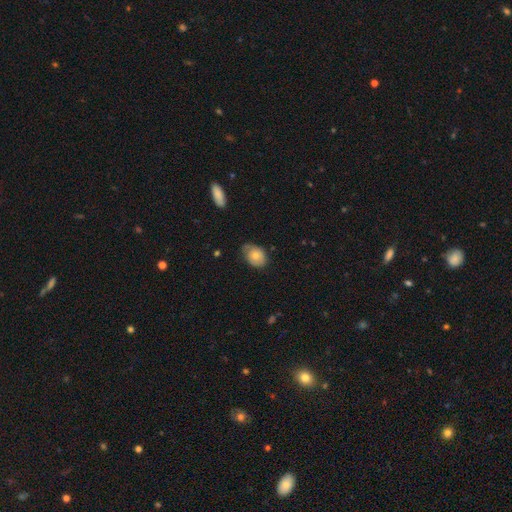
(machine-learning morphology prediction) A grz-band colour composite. It shows a smooth galaxy with no disk features (67%) that is in between round and cigar-shaped (74%). Merging: none (59%).